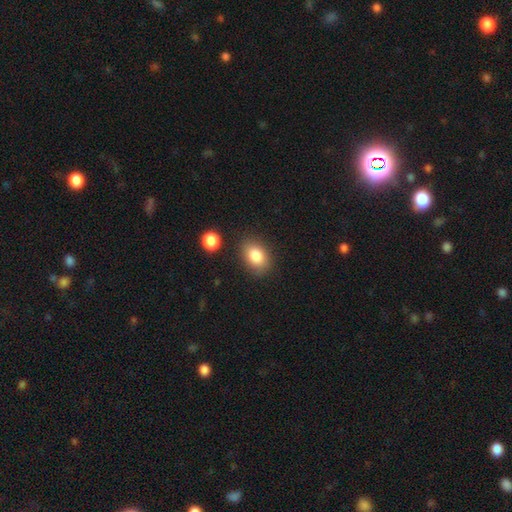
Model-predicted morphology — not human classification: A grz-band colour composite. It shows a smooth galaxy with no disk features (84%) that is in between round and cigar-shaped (77%). Merging: none (81%).